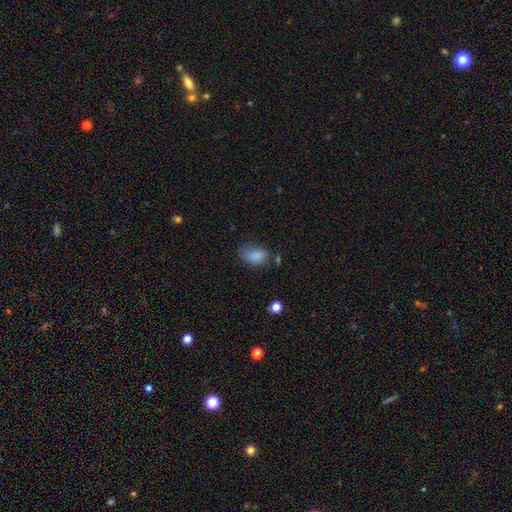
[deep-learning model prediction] This is clearly a smooth galaxy (84%). How rounded: clearly in between (86%). Merging: possibly none (52%).